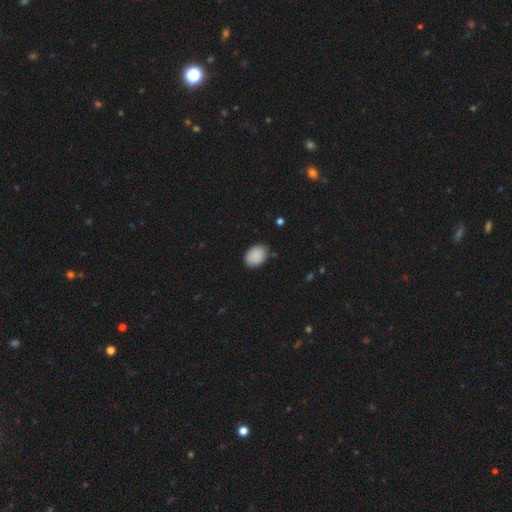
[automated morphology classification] Overall: smooth (90%). How rounded: in between (76%). Merging: none (84%).